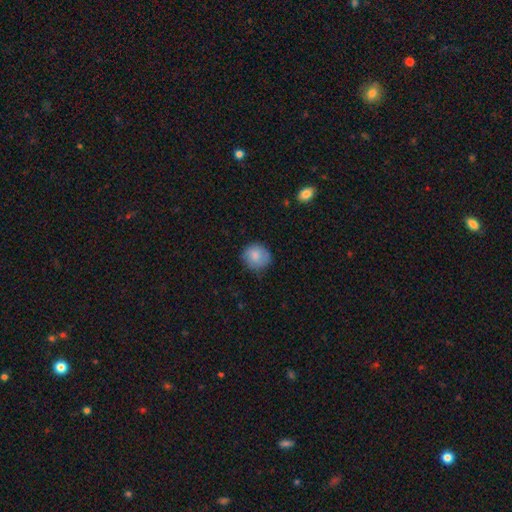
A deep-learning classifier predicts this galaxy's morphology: type=smooth (83%); roundness=round (88%); merging=none (79%).